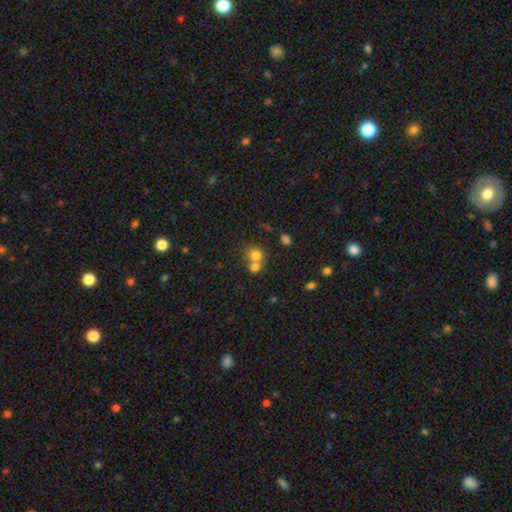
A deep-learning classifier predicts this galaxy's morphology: smooth-or-featured: smooth: 76% | star or artifact: 13% | featured or disk: 11%
  how-rounded: round: 76% | in between: 23% | cigar-shaped: 1%
  merging: merger: 53% | none: 38% | minor disturbance: 6% | major disturbance: 3%